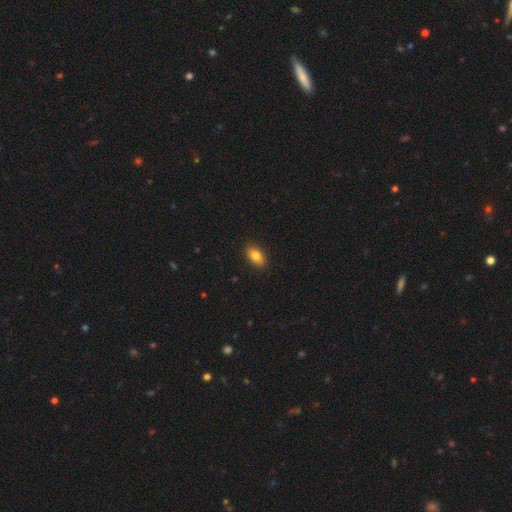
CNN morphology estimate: The model was most divided on "smooth or featured": smooth: 81%, featured or disk: 11%, star or artifact: 8%. More confident: how rounded — in between (89%); merging — none (88%).